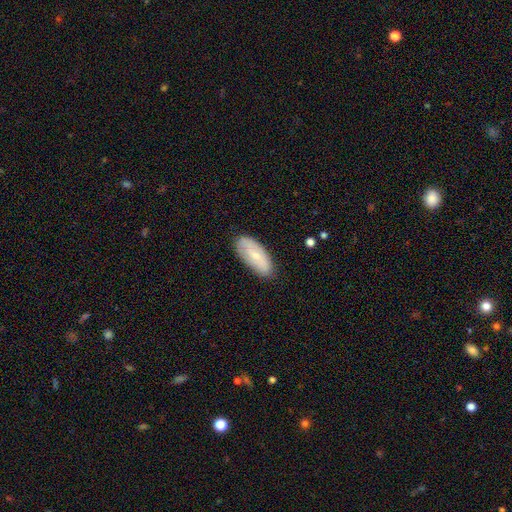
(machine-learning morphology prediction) Smooth or featured: smooth — 61% (featured or disk — 32%)
How rounded: in between — 86% (cigar-shaped — 12%)
Merging: none — 82% (minor disturbance — 14%)